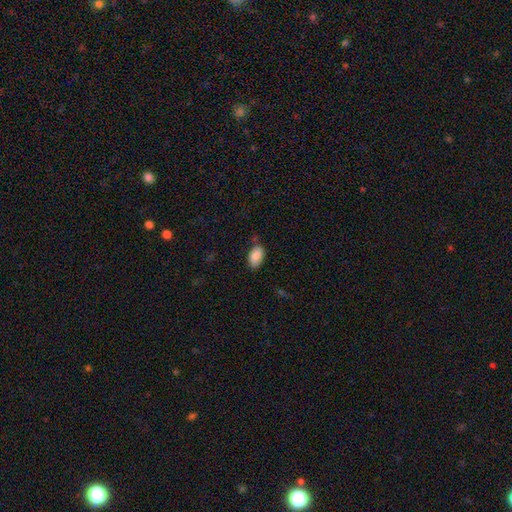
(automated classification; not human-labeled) Q: Smooth or featured?
A: smooth (87%); runner-up: star or artifact (7%)
Q: How rounded?
A: in between (94%); runner-up: round (5%)
Q: Merging?
A: none (69%); runner-up: minor disturbance (22%)